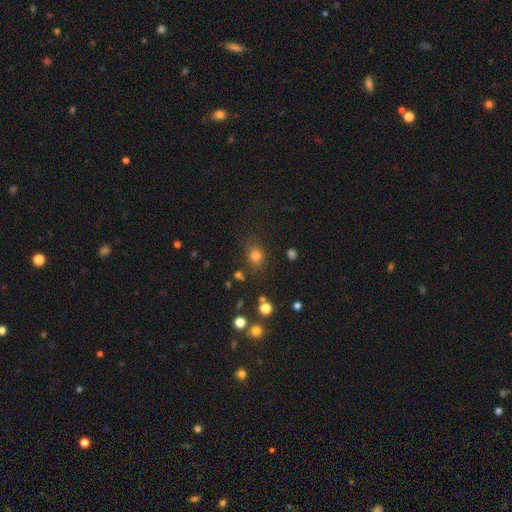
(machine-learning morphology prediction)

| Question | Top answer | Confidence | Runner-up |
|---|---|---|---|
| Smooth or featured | smooth | 77% | star or artifact (16%) |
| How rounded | round | 63% | in between (36%) |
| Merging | none | 79% | minor disturbance (13%) |